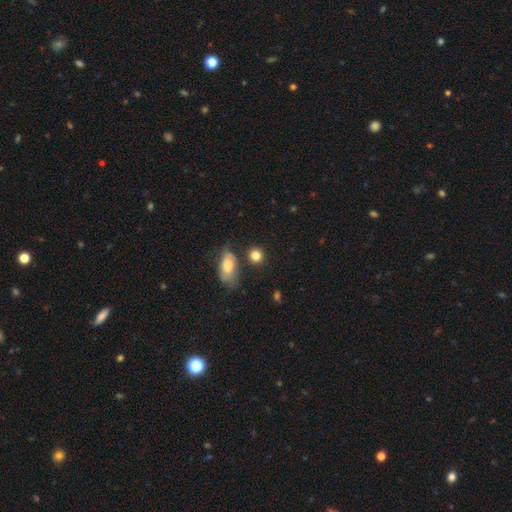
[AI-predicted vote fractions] The model was most divided on "merging": none: 73%, minor disturbance: 13%, merger: 9%, major disturbance: 5%. More confident: smooth or featured — smooth (83%); how rounded — round (82%).